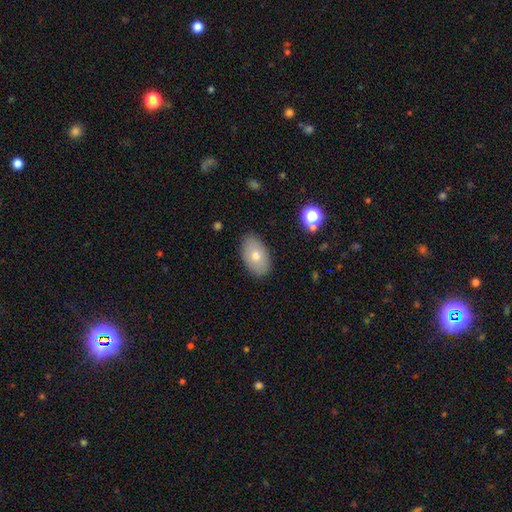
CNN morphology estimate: smooth_or_featured: smooth (p=0.70) [alt: featured or disk p=0.21]
how_rounded: in between (p=0.91) [alt: round p=0.07]
merging: none (p=0.86) [alt: minor disturbance p=0.10]